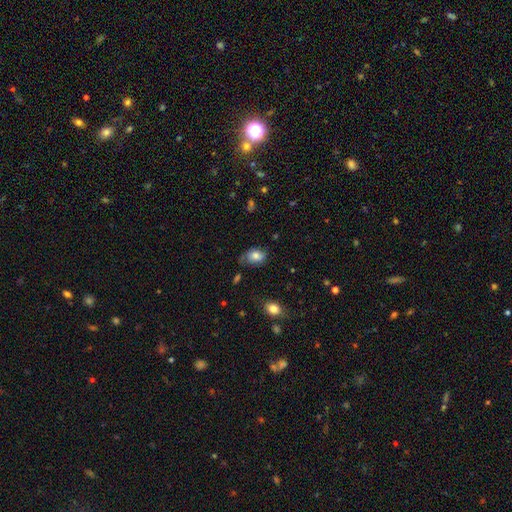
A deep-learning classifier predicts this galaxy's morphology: Q: Smooth or featured?
A: smooth (72%); runner-up: featured or disk (19%)
Q: How rounded?
A: in between (78%); runner-up: round (20%)
Q: Merging?
A: none (57%); runner-up: minor disturbance (31%)